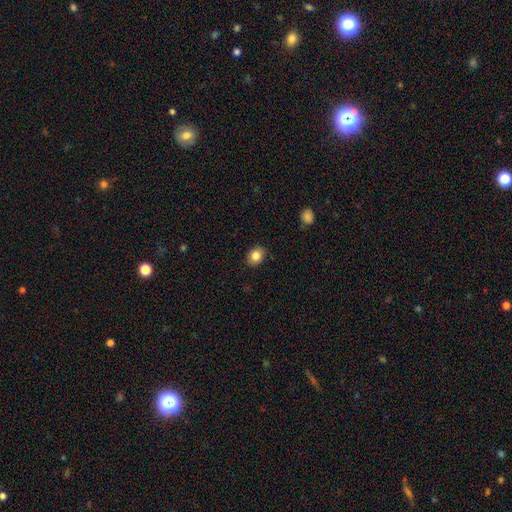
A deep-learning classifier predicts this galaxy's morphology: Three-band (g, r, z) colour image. It shows a smooth galaxy with no disk features (84%) that is in between round and cigar-shaped (54%). Merging: none (87%).